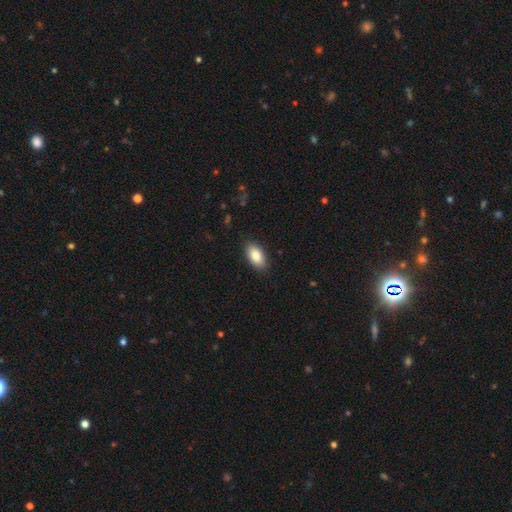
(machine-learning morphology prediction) Smooth or featured?
  - smooth: 86% *
  - featured or disk: 8%
  - star or artifact: 7%
How rounded?
  - in between: 93% *
  - cigar-shaped: 4%
  - round: 3%
Merging?
  - none: 88% *
  - minor disturbance: 9%
  - major disturbance: 2%
  - merger: 1%